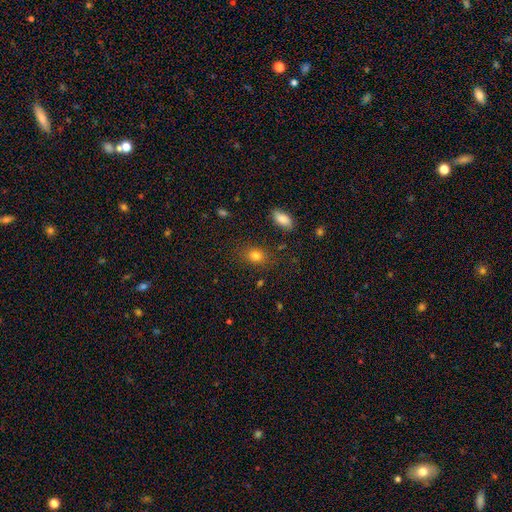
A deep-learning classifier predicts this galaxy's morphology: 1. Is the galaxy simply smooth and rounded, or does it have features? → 81% smooth, 12% star or artifact, 7% featured or disk.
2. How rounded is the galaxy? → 64% in between, 34% round, 2% cigar-shaped.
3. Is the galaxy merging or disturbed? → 81% none, 12% minor disturbance, 4% major disturbance, 3% merger.